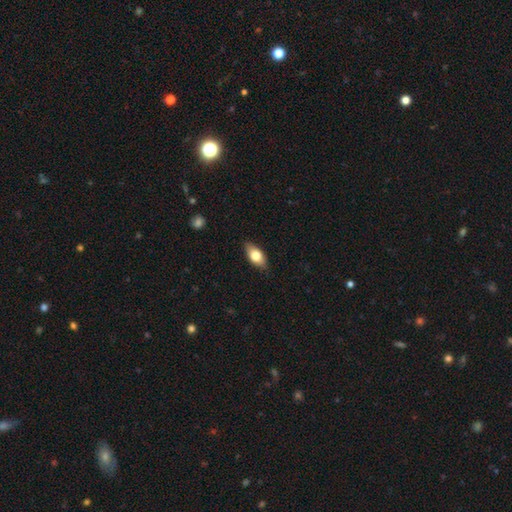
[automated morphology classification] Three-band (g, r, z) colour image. It shows a smooth galaxy with no disk features (71%) that is in between round and cigar-shaped (86%). Merging: none (85%).